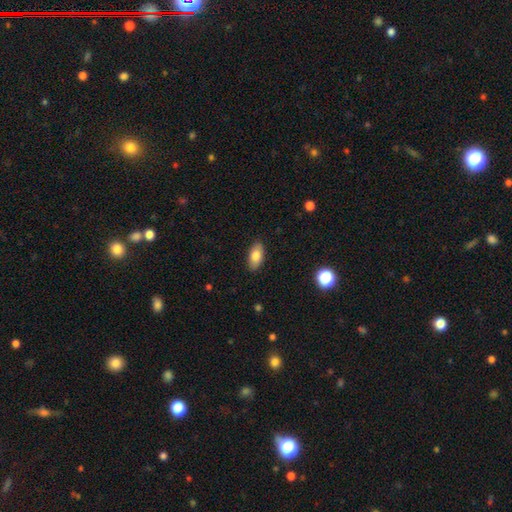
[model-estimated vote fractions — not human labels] Q: Smooth or featured?
A: smooth (80%); runner-up: featured or disk (13%)
Q: How rounded?
A: in between (91%); runner-up: cigar-shaped (5%)
Q: Merging?
A: none (88%); runner-up: minor disturbance (9%)